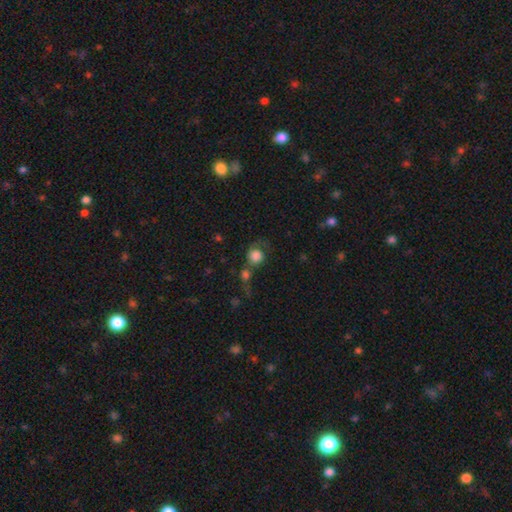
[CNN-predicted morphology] Overall: smooth (78%). How rounded: round (86%). Merging: none (36%; merger 30%).